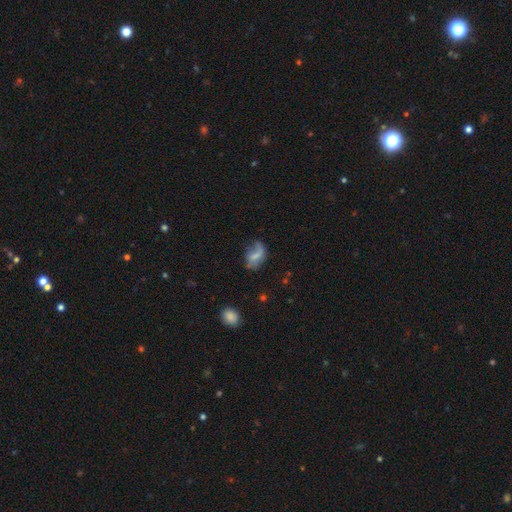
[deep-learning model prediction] Overall: smooth (46%; featured or disk 44%). Merging: none (42%; minor disturbance 31%).